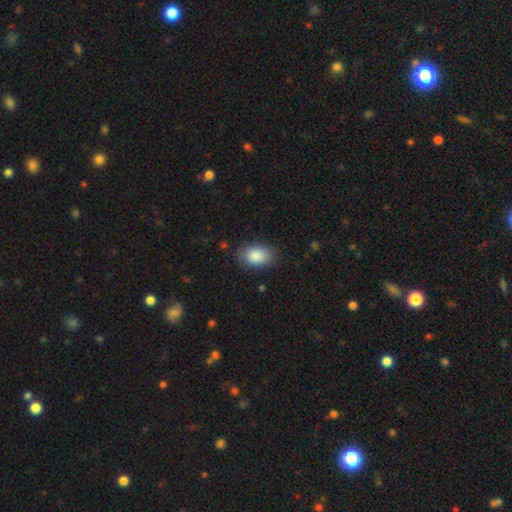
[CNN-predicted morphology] This is clearly a smooth galaxy (88%). How rounded: clearly in between (88%). Merging: clearly none (82%).